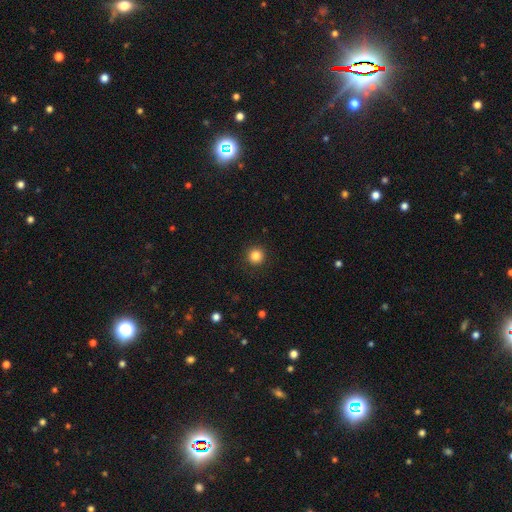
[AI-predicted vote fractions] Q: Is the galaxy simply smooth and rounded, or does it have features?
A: smooth — 84%.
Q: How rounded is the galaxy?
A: round — 95%.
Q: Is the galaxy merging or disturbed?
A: none — 92%.